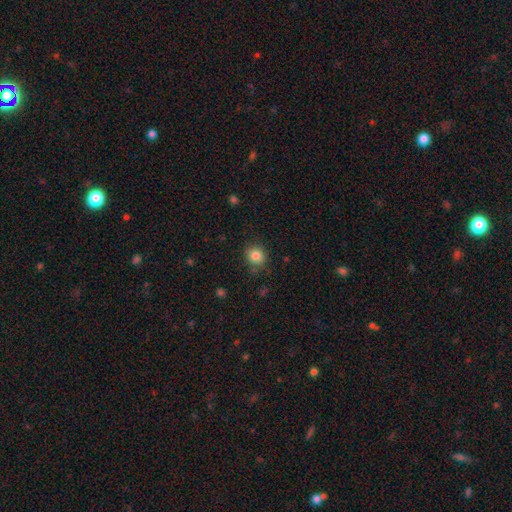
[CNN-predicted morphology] Overall: smooth (83%). How rounded: round (84%). Merging: none (84%).